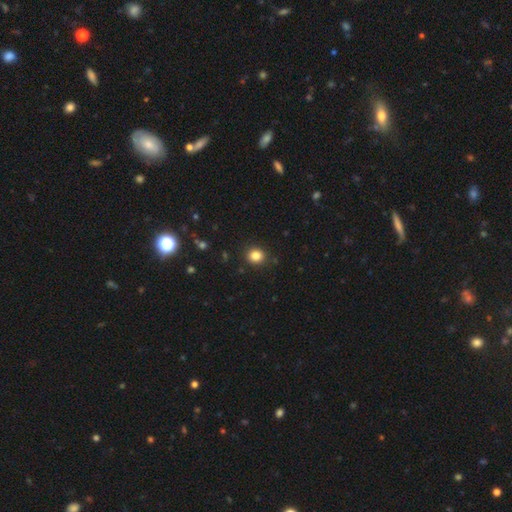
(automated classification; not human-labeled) Smooth or featured? Predicted: smooth (p=0.84). How rounded? Predicted: round (p=0.81). Merging? Predicted: none (p=0.89).